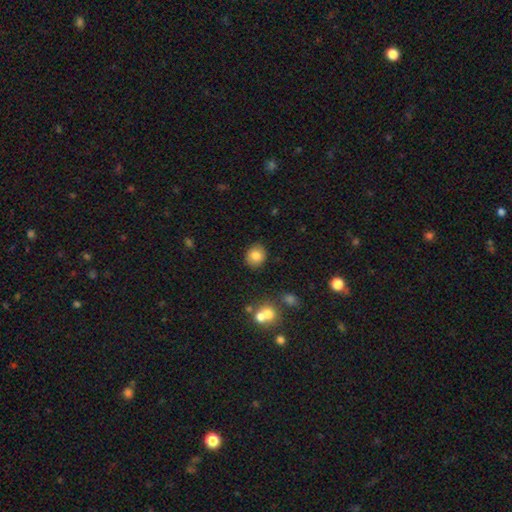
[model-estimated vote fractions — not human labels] A smooth galaxy with no disk features (83%) that is round (80%). Merging: none (87%).